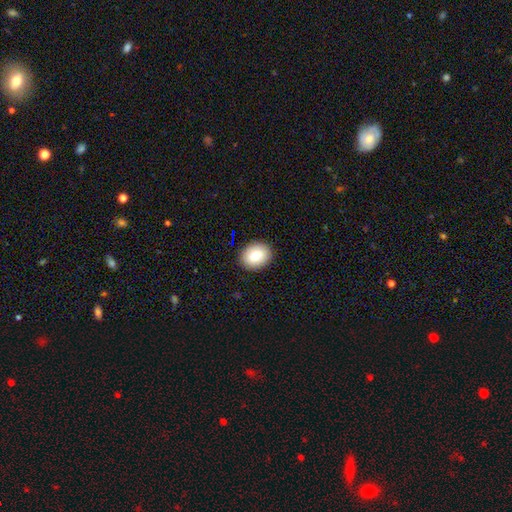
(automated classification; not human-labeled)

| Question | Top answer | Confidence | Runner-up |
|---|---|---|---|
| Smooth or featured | smooth | 82% | featured or disk (10%) |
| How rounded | in between | 51% | round (48%) |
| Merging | none | 89% | minor disturbance (8%) |